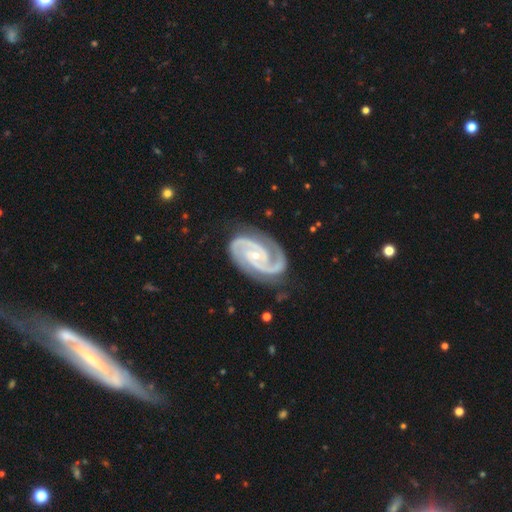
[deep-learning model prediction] smooth-or-featured: featured or disk: 94% | star or artifact: 4% | smooth: 2%
  disk-edge-on: no: 98% | yes: 2%
    bar: no: 57% | weak: 27% | strong: 17%
    has-spiral-arms: yes: 99% | no: 1%
      spiral-winding: tight: 52% | medium: 43% | loose: 5%
      spiral-arm-count: 2: 90% | 3: 5% | can't tell: 2% | 1: 1% | 4: 1% | more than 4: 1%
    bulge-size: small: 75% | moderate: 21% | none: 2% | large: 1% | dominant: 1%
  merging: none: 80% | minor disturbance: 15% | major disturbance: 4% | merger: 1%